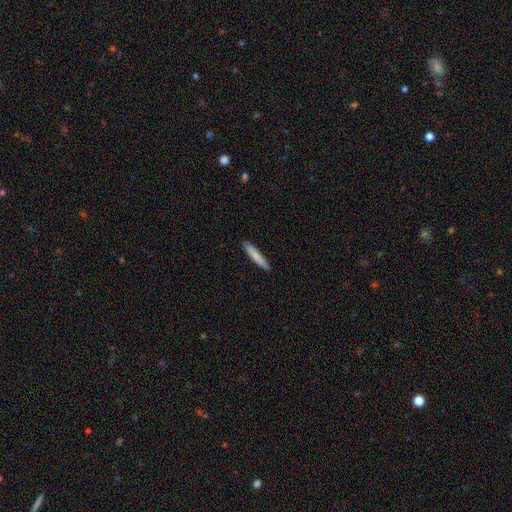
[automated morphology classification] A smooth galaxy with no disk features (79%) that is cigar-shaped (91%). Merging: none (89%).